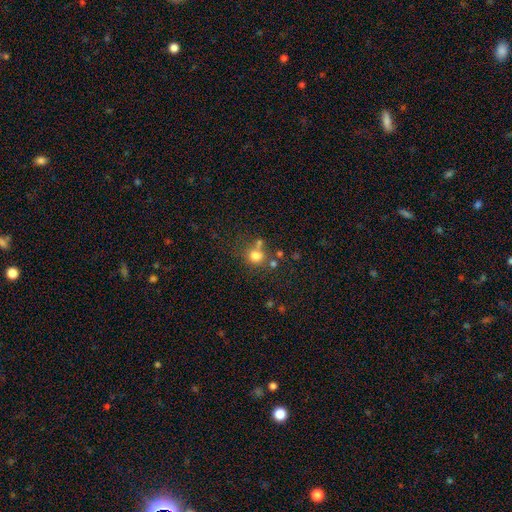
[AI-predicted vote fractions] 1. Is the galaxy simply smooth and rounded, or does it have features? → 75% smooth, 15% star or artifact, 10% featured or disk.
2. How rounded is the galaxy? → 83% round, 16% in between, 1% cigar-shaped.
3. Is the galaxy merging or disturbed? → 59% none, 22% merger, 13% minor disturbance, 6% major disturbance.